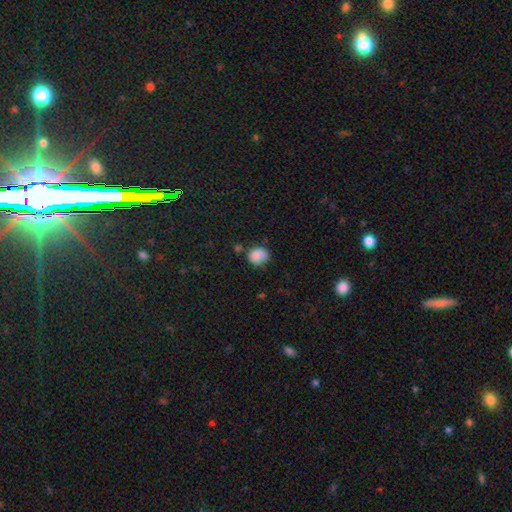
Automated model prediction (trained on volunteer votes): Smooth or featured? smooth (84%)
How rounded? round (62%)
Merging? none (62%)